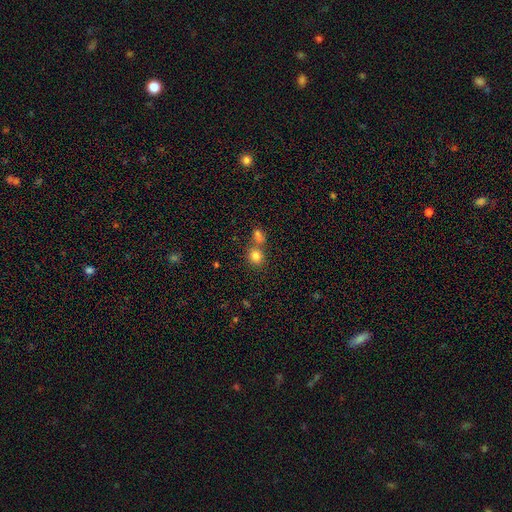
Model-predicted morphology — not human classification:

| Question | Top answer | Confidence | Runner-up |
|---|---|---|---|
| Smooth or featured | smooth | 81% | star or artifact (12%) |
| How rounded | round | 78% | in between (21%) |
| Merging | none | 55% | merger (33%) |